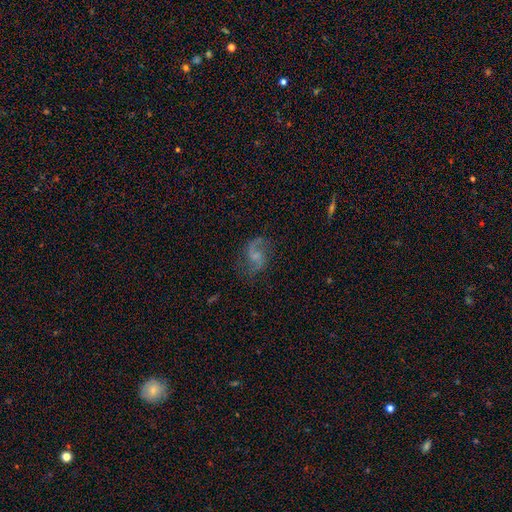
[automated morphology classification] This appears to be a featured or disk galaxy (78%) with no bar (45%, tied with weak), 2 (89%) loose (59%) spiral arms (93%) and a small central bulge (40%). Merging: none (71%).